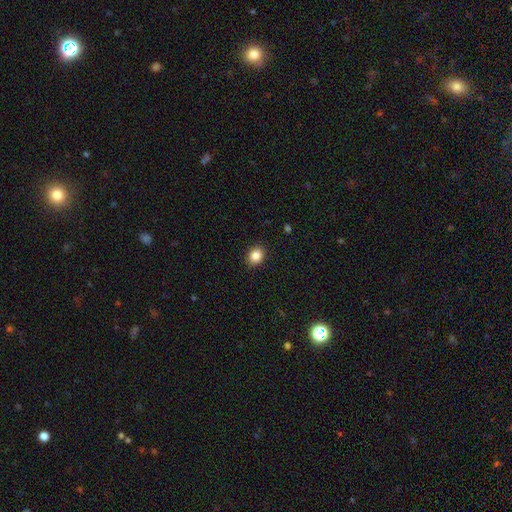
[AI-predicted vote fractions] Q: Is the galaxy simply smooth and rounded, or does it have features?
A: smooth — 86%.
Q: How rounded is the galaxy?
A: round — 57%.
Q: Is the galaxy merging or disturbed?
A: none — 90%.